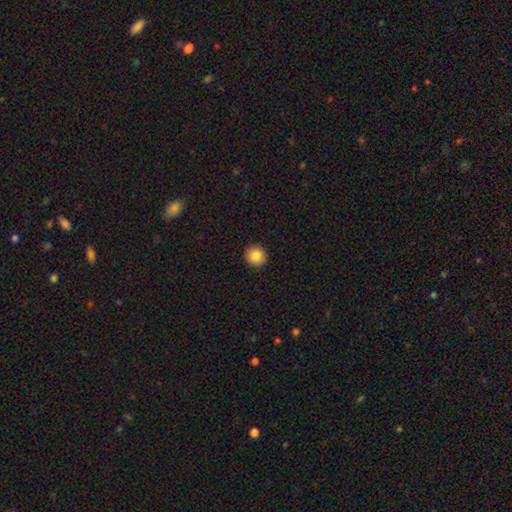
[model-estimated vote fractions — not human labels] Smooth or featured? Predicted: smooth (p=0.85). How rounded? Predicted: round (p=0.94). Merging? Predicted: none (p=0.93).